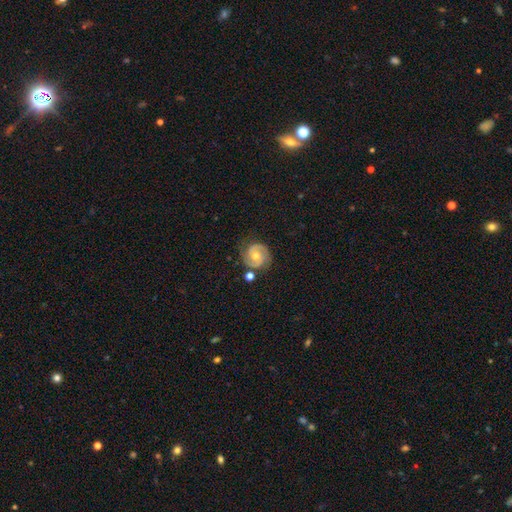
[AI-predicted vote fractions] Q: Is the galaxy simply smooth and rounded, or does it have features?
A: featured or disk — 82%.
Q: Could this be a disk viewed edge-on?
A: no — 98%.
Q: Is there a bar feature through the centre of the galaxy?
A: no — 65%.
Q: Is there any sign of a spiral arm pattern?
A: yes — 97%.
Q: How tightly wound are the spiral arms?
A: tight — 53%.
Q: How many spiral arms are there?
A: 2 — 89%.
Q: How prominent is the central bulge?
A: moderate — 58%.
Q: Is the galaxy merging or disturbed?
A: none — 80%.